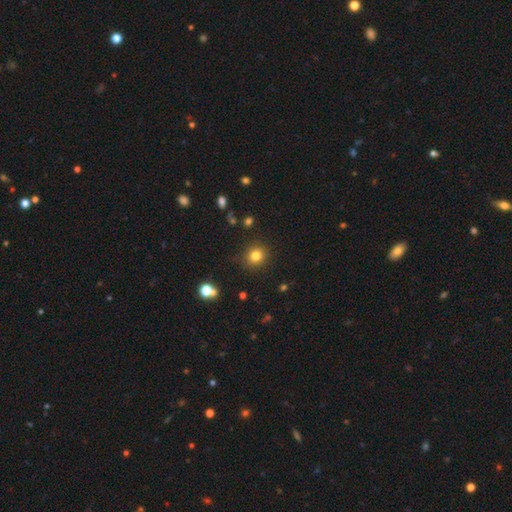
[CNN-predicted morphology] A smooth galaxy with no disk features (81%) that is round (83%). Merging: none (87%).